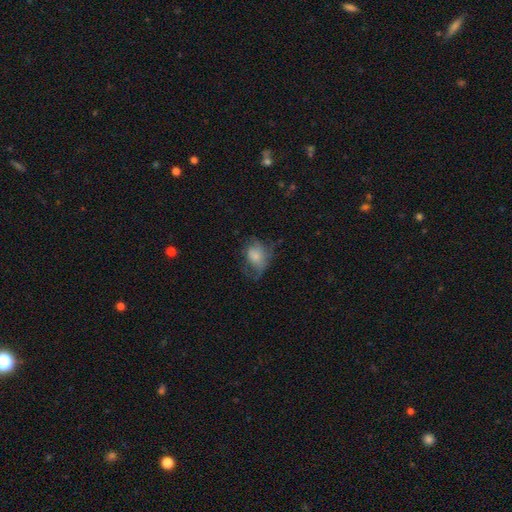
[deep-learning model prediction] Overall: smooth (62%; featured or disk 29%). How rounded: in between (66%; round 33%). Merging: none (36%; major disturbance 34%).